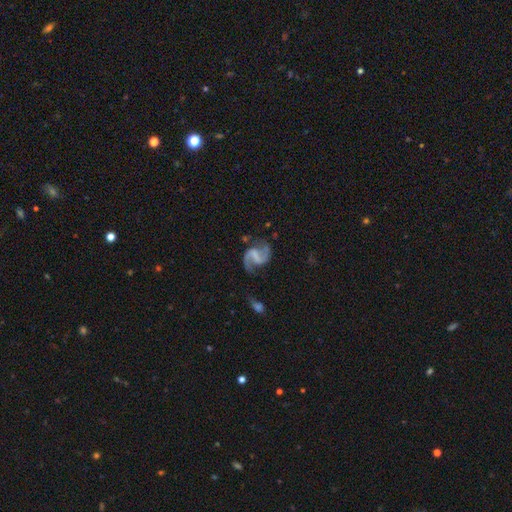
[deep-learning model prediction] The model was most divided on "spiral winding": medium: 48%, loose: 43%, tight: 10%. Remaining: edge-on disk — no (98%); spiral arms — yes (97%); spiral arm count — 2 (94%); smooth or featured — featured or disk (90%); merging — none (73%); bulge size — none (63%); bar — weak (45%).